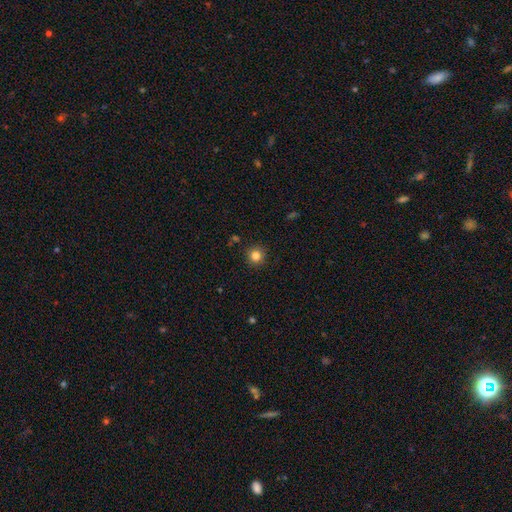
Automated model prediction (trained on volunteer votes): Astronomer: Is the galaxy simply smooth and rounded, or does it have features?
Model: smooth — 83%.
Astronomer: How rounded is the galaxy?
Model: round — 95%.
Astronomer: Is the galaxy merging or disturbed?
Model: none — 91%.